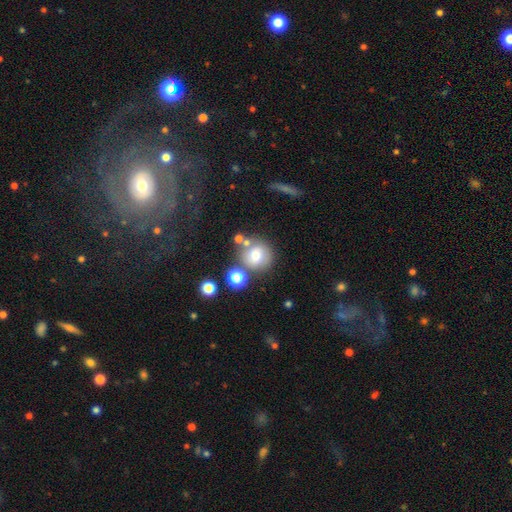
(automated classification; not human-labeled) Overall: smooth (70%). How rounded: round (90%). Merging: none (66%).